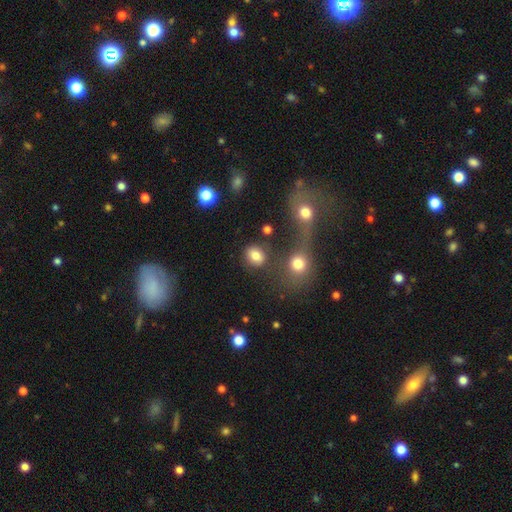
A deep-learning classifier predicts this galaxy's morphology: Smooth or featured?
  - smooth: 80% *
  - star or artifact: 12%
  - featured or disk: 8%
How rounded?
  - round: 60% *
  - in between: 38%
  - cigar-shaped: 1%
Merging?
  - none: 71% *
  - minor disturbance: 12%
  - merger: 12%
  - major disturbance: 6%